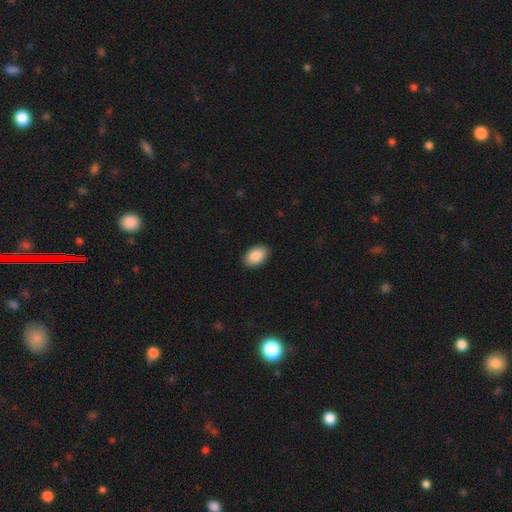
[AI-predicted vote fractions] smooth 89%, star or artifact 7%, featured or disk 4%. Down the decision tree: how rounded — in between (91%); merging — none (90%).